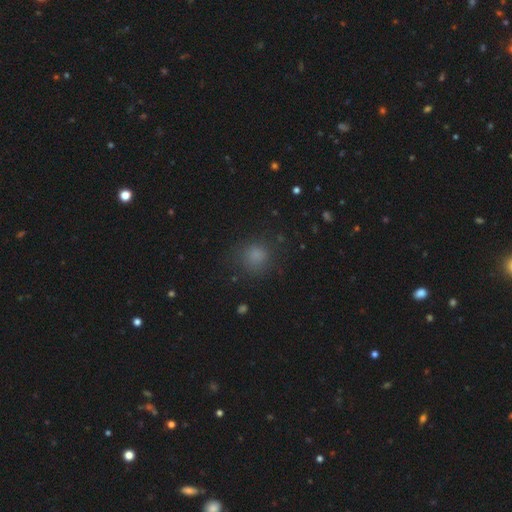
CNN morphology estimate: Smooth or featured: smooth — 79% (star or artifact — 16%)
How rounded: round — 88% (in between — 11%)
Merging: none — 80% (minor disturbance — 13%)